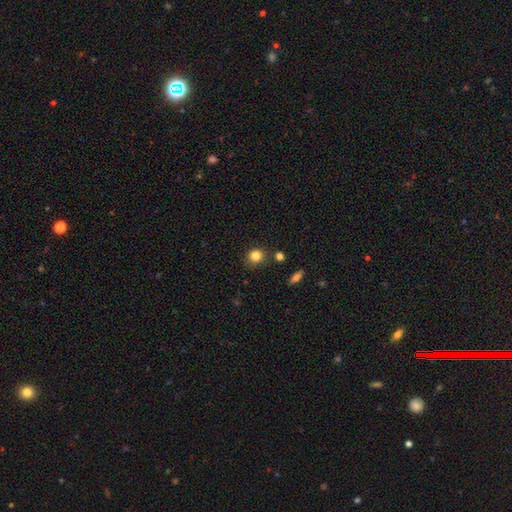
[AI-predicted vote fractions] Smooth or featured?
  - smooth: 84% *
  - star or artifact: 11%
  - featured or disk: 5%
How rounded?
  - round: 82% *
  - in between: 17%
  - cigar-shaped: 1%
Merging?
  - none: 83% *
  - minor disturbance: 10%
  - merger: 4%
  - major disturbance: 3%